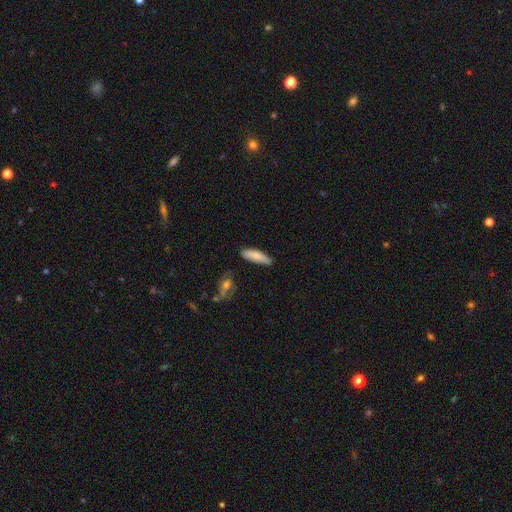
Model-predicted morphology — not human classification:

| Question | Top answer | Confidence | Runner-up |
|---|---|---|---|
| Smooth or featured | smooth | 80% | featured or disk (13%) |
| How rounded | cigar-shaped | 56% | in between (43%) |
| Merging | none | 75% | minor disturbance (18%) |